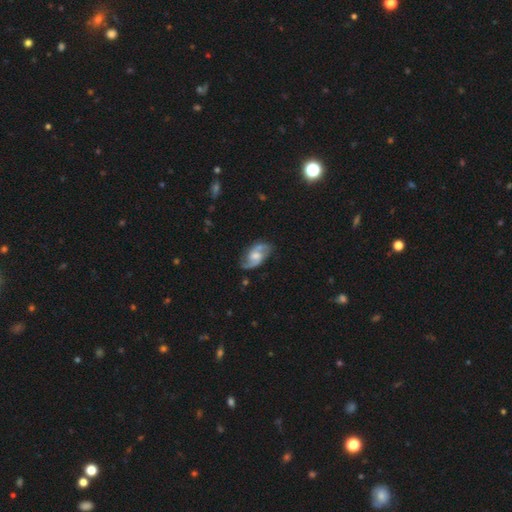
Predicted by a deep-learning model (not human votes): Smooth or featured? Predicted: featured or disk (p=0.81). Edge-on disk? Predicted: no (p=0.96). Bar? Predicted: weak (p=0.51). Spiral arms? Predicted: yes (p=0.94). Spiral winding? Predicted: medium (p=0.52). Spiral arm count? Predicted: 2 (p=0.89). Bulge size? Predicted: moderate (p=0.51). Merging? Predicted: none (p=0.73).